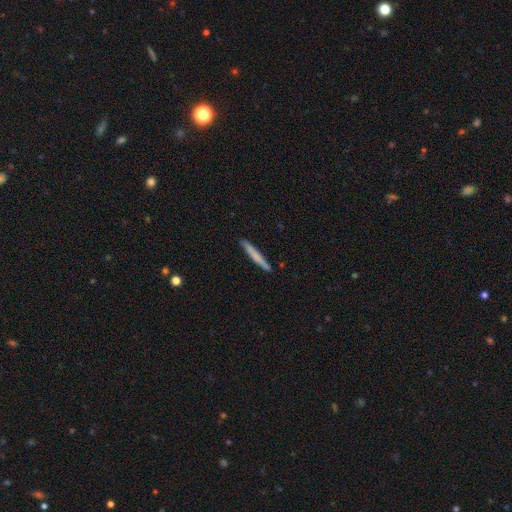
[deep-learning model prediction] Morphology: type=smooth (68%); roundness=cigar-shaped (96%); merging=none (90%).